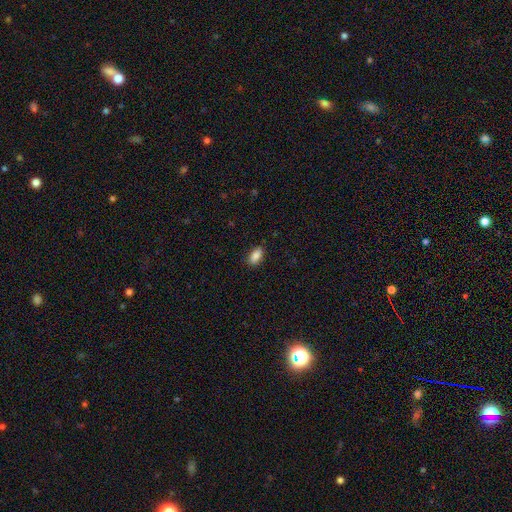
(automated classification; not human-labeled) A smooth galaxy with no disk features (85%) that is in between round and cigar-shaped (90%). Merging: none (84%).